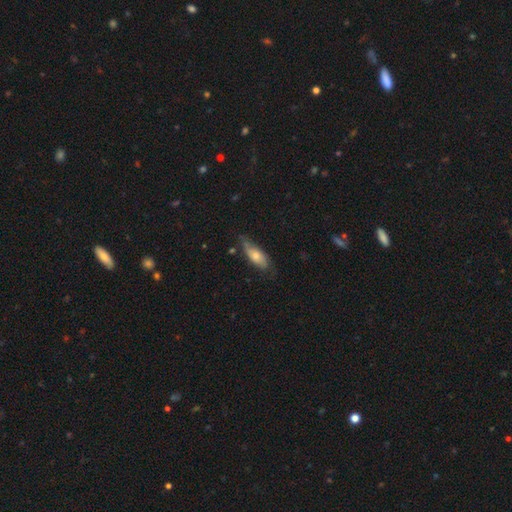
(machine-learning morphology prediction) This is likely a smooth galaxy (63%). How rounded: likely in between (69%). Merging: possibly none (58%).